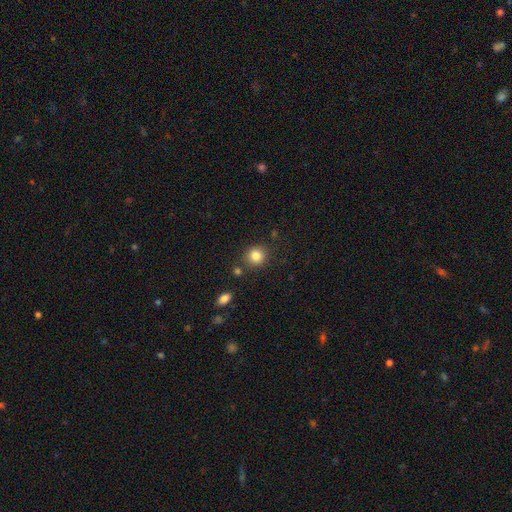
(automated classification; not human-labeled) The model was most divided on "how rounded": round: 85%, in between: 14%, cigar-shaped: 1%. More confident: smooth or featured — smooth (84%); merging — none (81%).